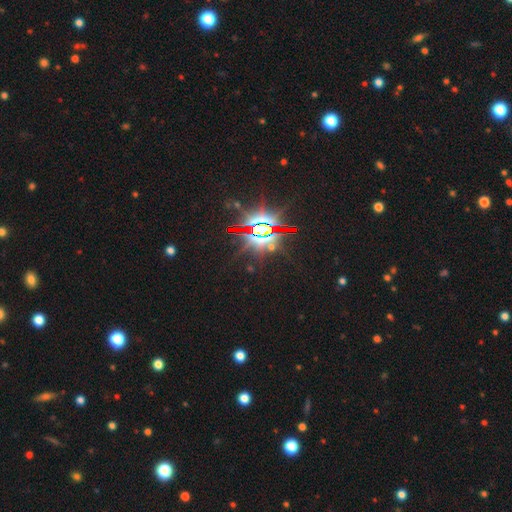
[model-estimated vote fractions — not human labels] Morphology: type=star or artifact (84%).